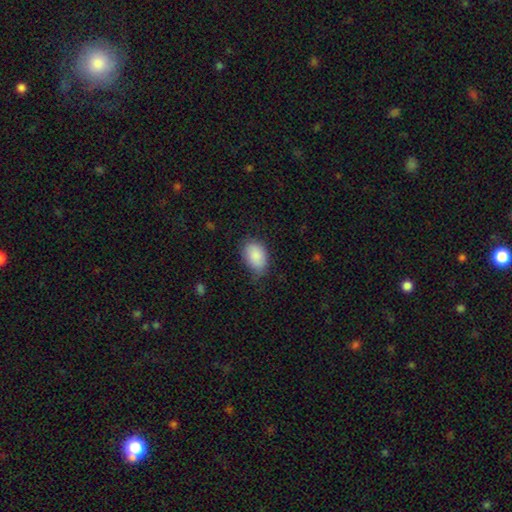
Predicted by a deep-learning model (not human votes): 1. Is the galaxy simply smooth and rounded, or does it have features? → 87% smooth, 7% star or artifact, 6% featured or disk.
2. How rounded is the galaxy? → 87% in between, 12% round, 1% cigar-shaped.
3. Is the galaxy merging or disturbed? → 61% none, 30% minor disturbance, 7% major disturbance, 1% merger.